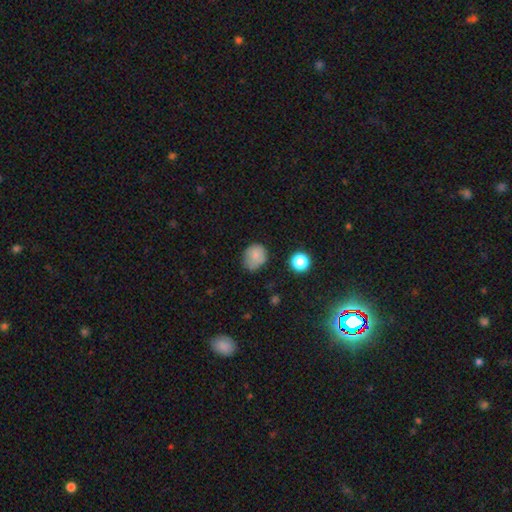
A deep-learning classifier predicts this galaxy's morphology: Q: Smooth or featured?
A: smooth (79%); runner-up: star or artifact (11%)
Q: How rounded?
A: round (71%); runner-up: in between (28%)
Q: Merging?
A: none (59%); runner-up: minor disturbance (30%)